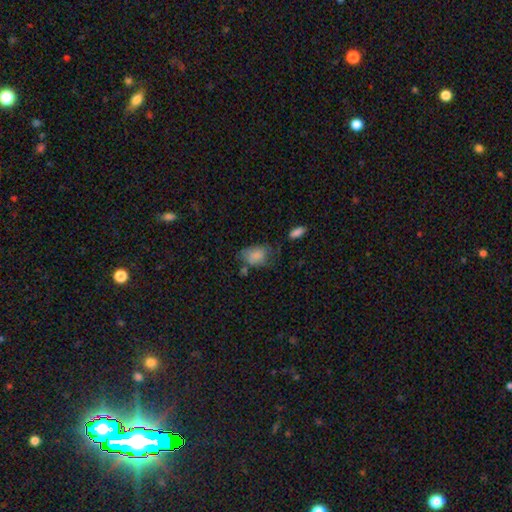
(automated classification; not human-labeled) Smooth or featured? smooth (79%)
How rounded? in between (82%)
Merging? none (40%)